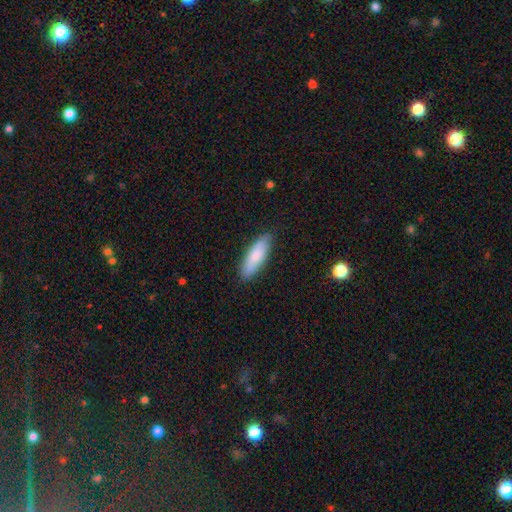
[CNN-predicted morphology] Smooth or featured? smooth (81%)
How rounded? in between (53%)
Merging? none (85%)